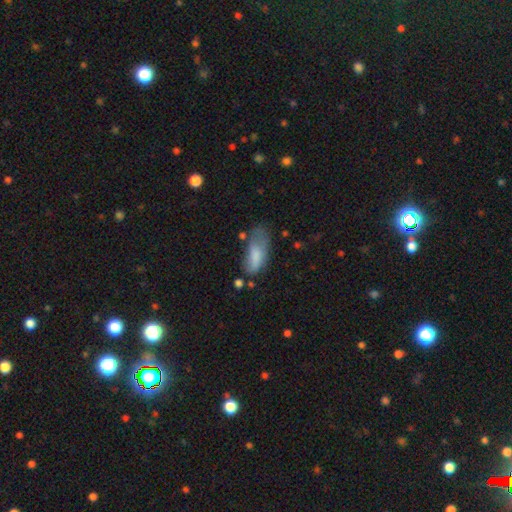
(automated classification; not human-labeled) Overall: smooth (74%). How rounded: in between (82%). Merging: minor disturbance (34%; major disturbance 31%).